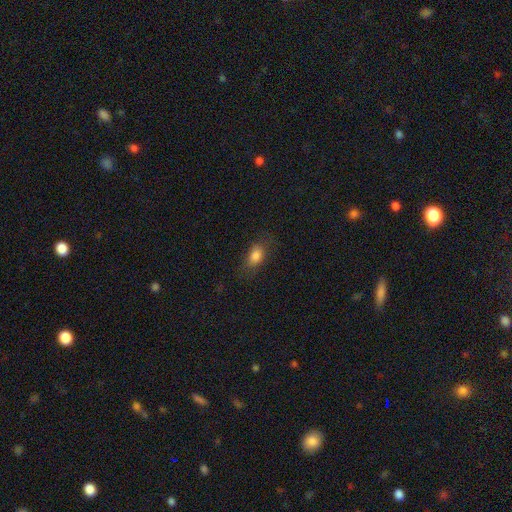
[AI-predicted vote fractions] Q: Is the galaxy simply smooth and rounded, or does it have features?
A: smooth — 81%.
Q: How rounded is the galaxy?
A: in between — 79%.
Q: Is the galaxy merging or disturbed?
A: none — 72%.